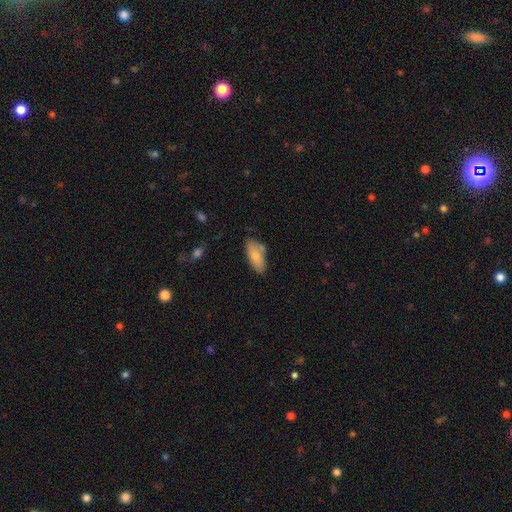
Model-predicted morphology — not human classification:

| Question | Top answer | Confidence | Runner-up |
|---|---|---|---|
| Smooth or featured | smooth | 79% | featured or disk (14%) |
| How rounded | in between | 89% | cigar-shaped (9%) |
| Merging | none | 67% | minor disturbance (22%) |